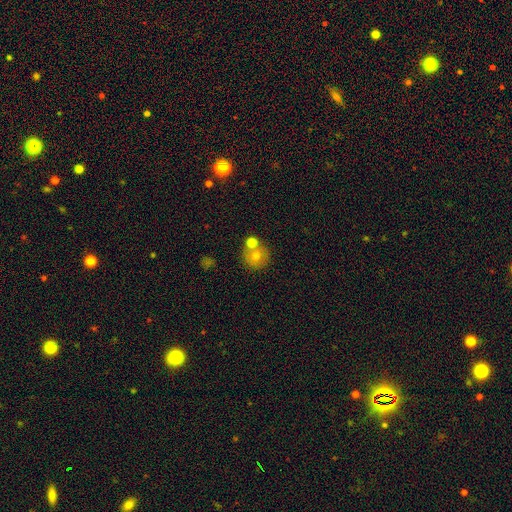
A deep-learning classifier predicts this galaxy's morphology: Smooth or featured? Predicted: smooth (p=0.71). How rounded? Predicted: round (p=0.90). Merging? Predicted: none (p=0.62).